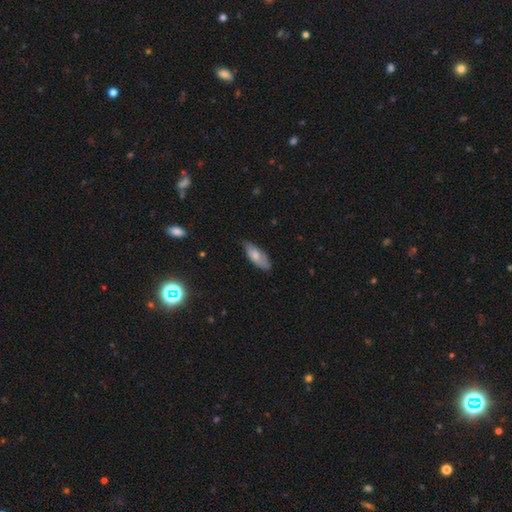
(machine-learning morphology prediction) smooth-or-featured: smooth: 68% | featured or disk: 26% | star or artifact: 6%
  how-rounded: in between: 74% | cigar-shaped: 23% | round: 2%
  merging: none: 72% | minor disturbance: 23% | major disturbance: 3% | merger: 1%